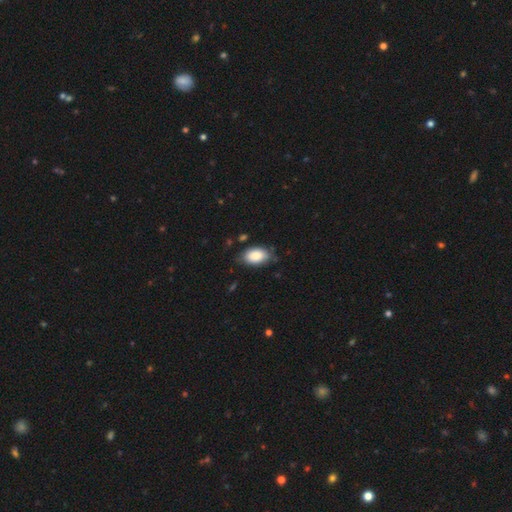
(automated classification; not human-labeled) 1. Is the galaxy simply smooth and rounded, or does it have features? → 86% smooth, 7% featured or disk, 7% star or artifact.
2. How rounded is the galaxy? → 91% in between, 8% round, 2% cigar-shaped.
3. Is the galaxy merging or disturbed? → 72% none, 22% minor disturbance, 4% major disturbance, 2% merger.